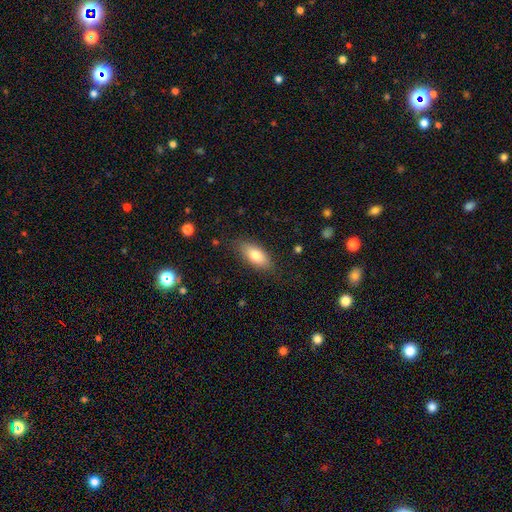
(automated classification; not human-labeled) A smooth galaxy with no disk features (79%) that is in between round and cigar-shaped (84%).

Vote fractions:
- Smooth or featured? smooth: 79% / featured or disk: 14% / star or artifact: 7%
- How rounded? in between: 84% / cigar-shaped: 13% / round: 3%
- Merging? none: 81% / minor disturbance: 14% / major disturbance: 3% / merger: 1%